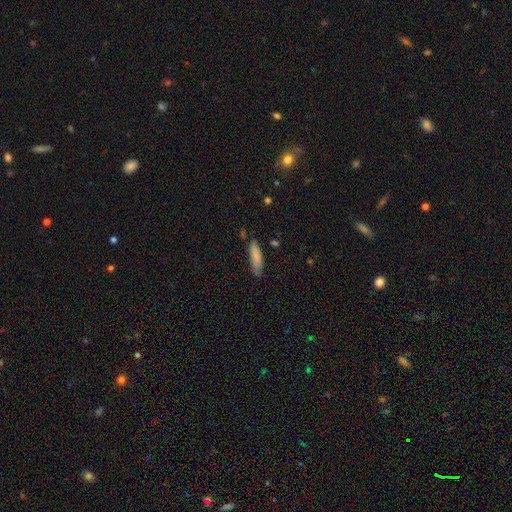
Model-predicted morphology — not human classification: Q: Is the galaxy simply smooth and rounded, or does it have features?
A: smooth — 82%.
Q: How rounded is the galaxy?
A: cigar-shaped — 67%.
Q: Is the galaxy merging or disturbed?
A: none — 67%.